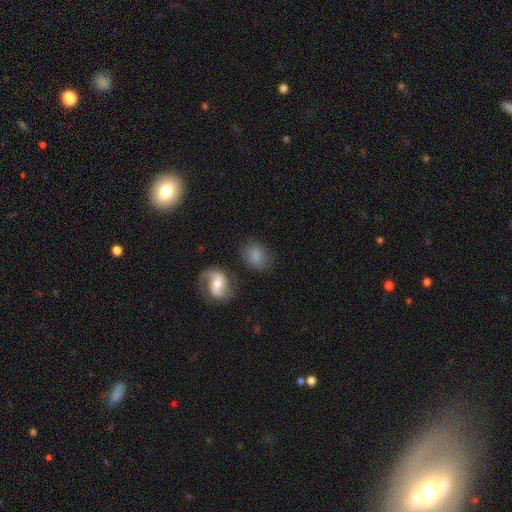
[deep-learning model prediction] A smooth galaxy with no disk features (73%) that is in between round and cigar-shaped (66%). Merging: none (65%).